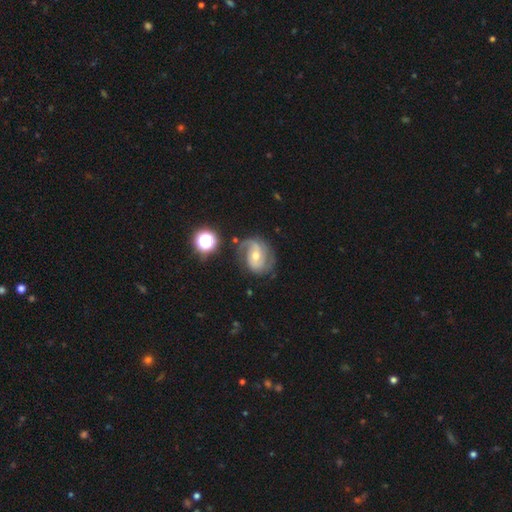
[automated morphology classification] Smooth or featured? featured or disk (84%)
Edge-on disk? no (97%)
Bar? weak (43%)
Spiral arms? yes (96%)
Spiral winding? medium (47%)
Spiral arm count? 2 (67%)
Bulge size? moderate (56%)
Merging? none (65%)